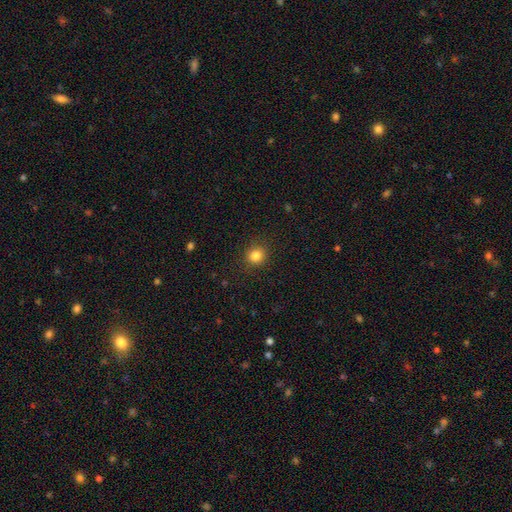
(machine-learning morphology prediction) smooth_or_featured: smooth (p=0.83) [alt: star or artifact p=0.12]
how_rounded: round (p=0.87) [alt: in between p=0.12]
merging: none (p=0.90) [alt: minor disturbance p=0.07]